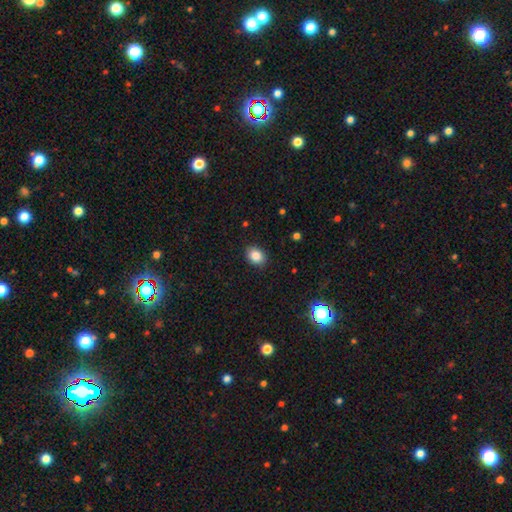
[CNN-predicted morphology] Smooth or featured: smooth — 85% (star or artifact — 9%)
How rounded: in between — 60% (round — 39%)
Merging: none — 89% (minor disturbance — 8%)